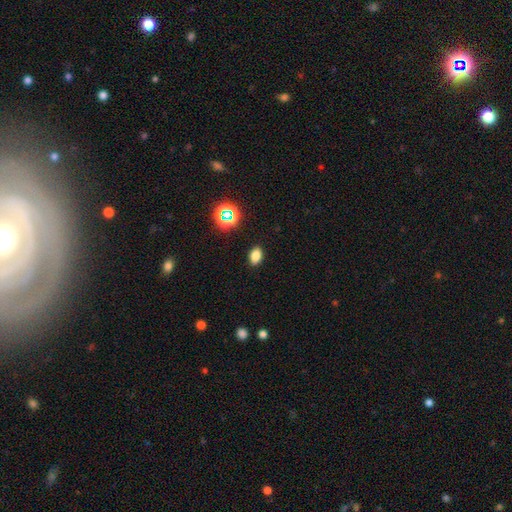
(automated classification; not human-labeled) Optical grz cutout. It shows a smooth galaxy with no disk features (79%) that is in between round and cigar-shaped (84%). Merging: none (89%).